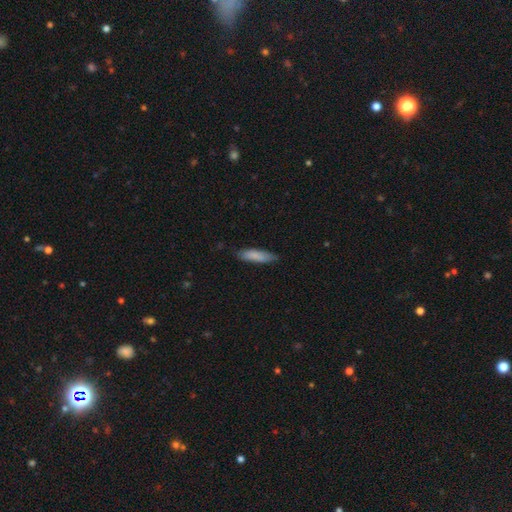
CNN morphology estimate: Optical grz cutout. It shows a smooth galaxy with no disk features (83%) that is cigar-shaped (72%). Merging: none (79%).